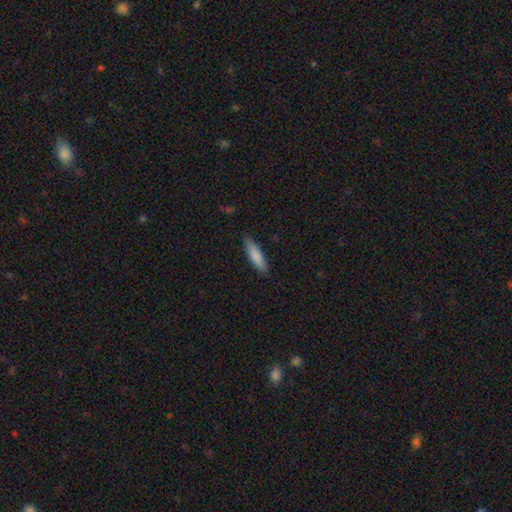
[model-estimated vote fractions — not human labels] This appears to be a smooth galaxy with no disk features (83%) that is cigar-shaped (69%). Merging: none (86%).